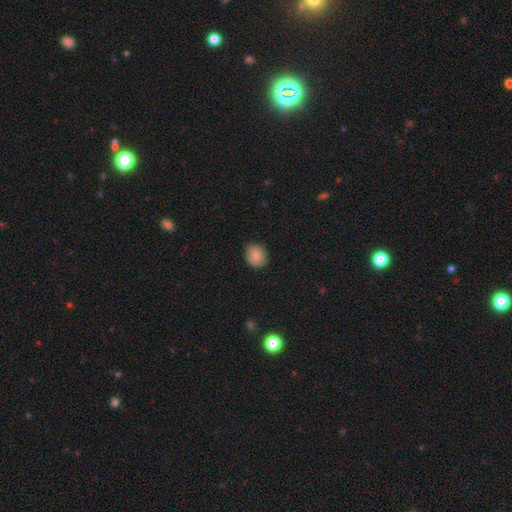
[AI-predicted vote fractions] Smooth or featured: smooth — 84% (star or artifact — 8%)
How rounded: round — 59% (in between — 40%)
Merging: none — 84% (minor disturbance — 12%)